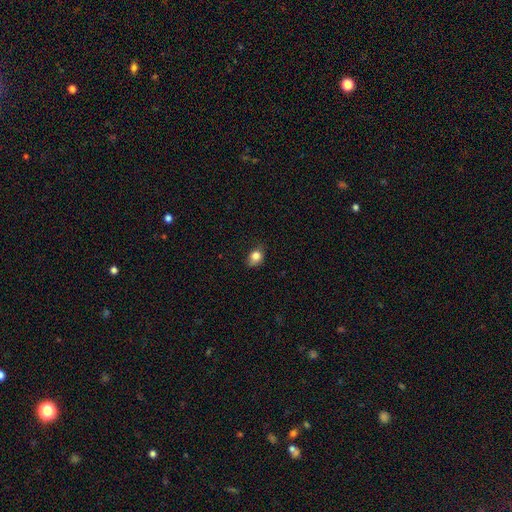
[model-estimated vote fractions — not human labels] smooth-or-featured: smooth: 83% | star or artifact: 10% | featured or disk: 8%
  how-rounded: in between: 57% | round: 42% | cigar-shaped: 1%
  merging: none: 66% | minor disturbance: 27% | major disturbance: 6% | merger: 1%